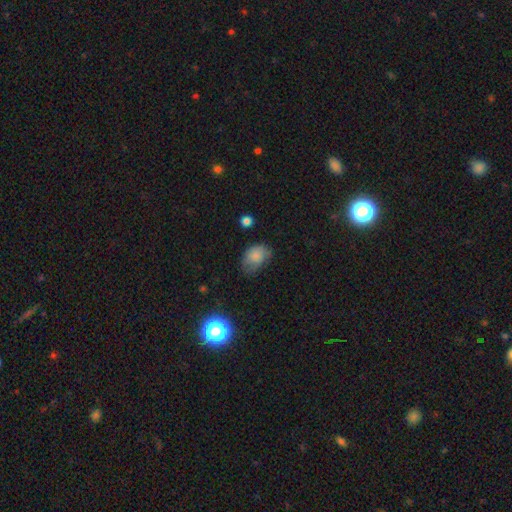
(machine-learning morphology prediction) Smooth or featured: smooth — 79% (featured or disk — 11%)
How rounded: in between — 78% (round — 21%)
Merging: none — 47% (minor disturbance — 36%)